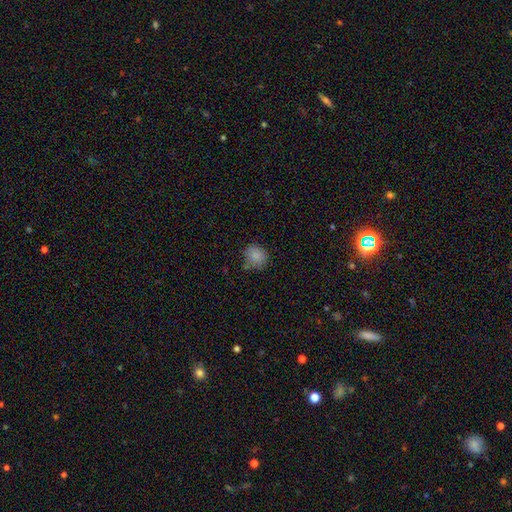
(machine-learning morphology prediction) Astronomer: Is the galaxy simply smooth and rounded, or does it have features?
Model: smooth — 85%.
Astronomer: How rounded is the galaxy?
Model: round — 74%.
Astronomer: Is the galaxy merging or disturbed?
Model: none — 72%.